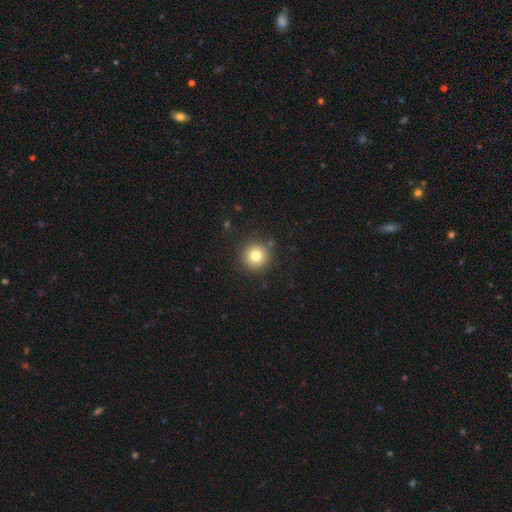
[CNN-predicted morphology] Q: Smooth or featured?
A: smooth (80%); runner-up: star or artifact (12%)
Q: How rounded?
A: round (95%); runner-up: in between (4%)
Q: Merging?
A: none (89%); runner-up: minor disturbance (7%)